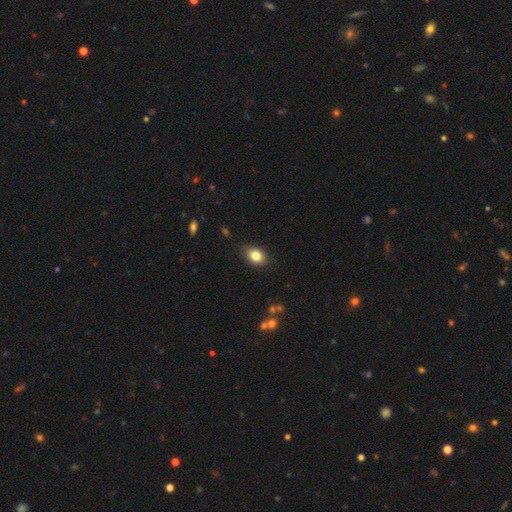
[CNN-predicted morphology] Q: Smooth or featured?
A: smooth (83%); runner-up: star or artifact (9%)
Q: How rounded?
A: in between (76%); runner-up: round (23%)
Q: Merging?
A: none (85%); runner-up: minor disturbance (11%)